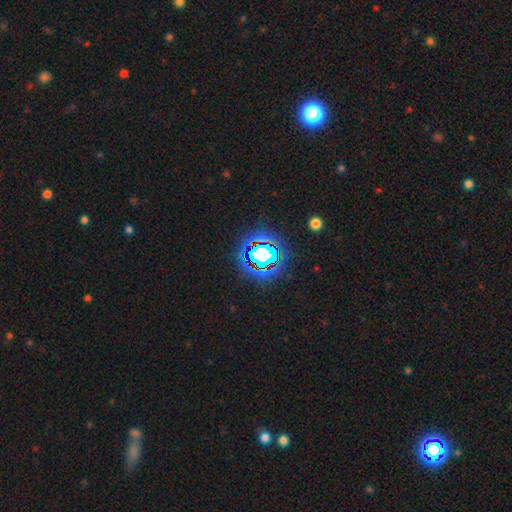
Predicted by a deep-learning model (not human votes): This is likely a star or artifact rather than a galaxy (79%).